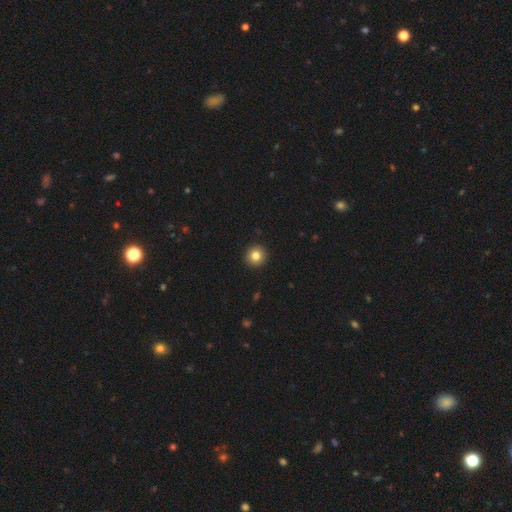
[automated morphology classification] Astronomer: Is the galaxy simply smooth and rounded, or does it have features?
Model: smooth — 82%.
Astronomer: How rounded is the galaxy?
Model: round — 94%.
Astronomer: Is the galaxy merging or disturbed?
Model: none — 94%.